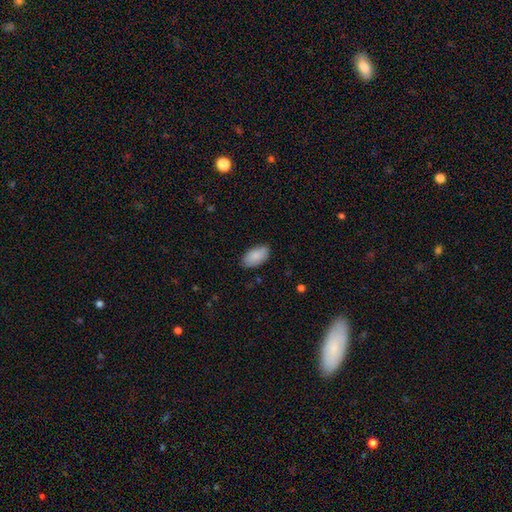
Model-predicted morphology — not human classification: Overall: smooth (87%). How rounded: in between (95%). Merging: none (82%).